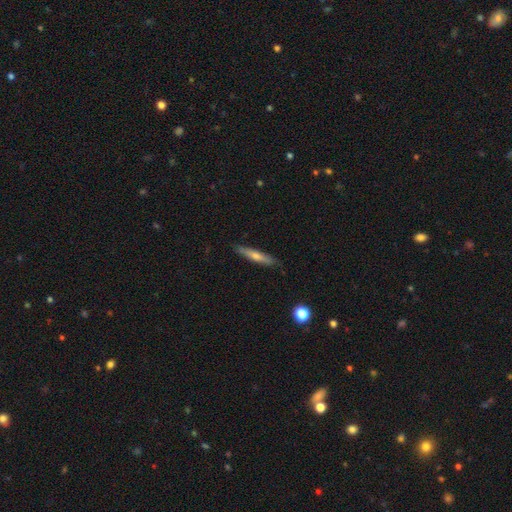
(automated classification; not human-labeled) Smooth or featured? featured or disk (49%)
Merging? none (88%)